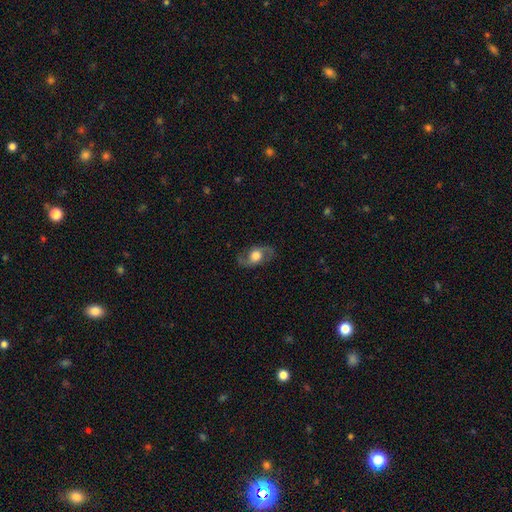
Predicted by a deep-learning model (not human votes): Smooth or featured? featured or disk (65%)
Edge-on disk? no (91%)
Bar? no (68%)
Spiral arms? yes (82%)
Bulge size? moderate (45%)
Merging? none (79%)